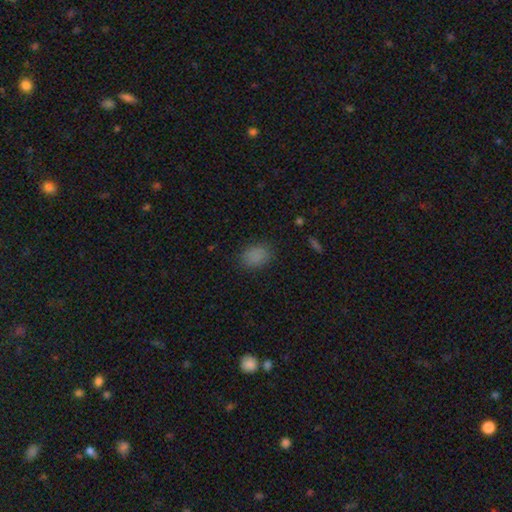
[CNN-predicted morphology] Smooth or featured: smooth — 84% (star or artifact — 12%)
How rounded: in between — 72% (round — 26%)
Merging: none — 84% (minor disturbance — 12%)